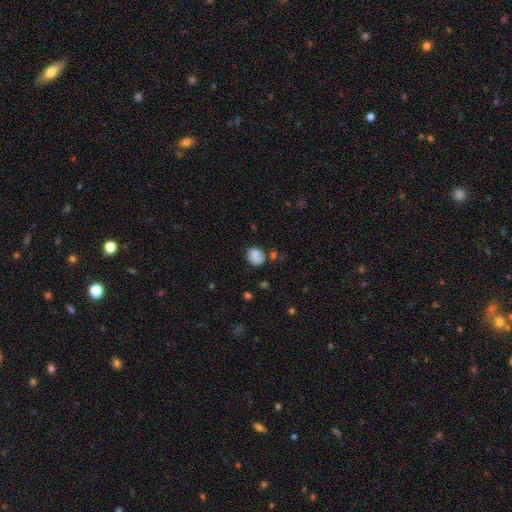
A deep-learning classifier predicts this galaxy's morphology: The model was most divided on "how rounded": round: 63%, in between: 36%, cigar-shaped: 1%. More confident: smooth or featured — smooth (71%); merging — none (66%).